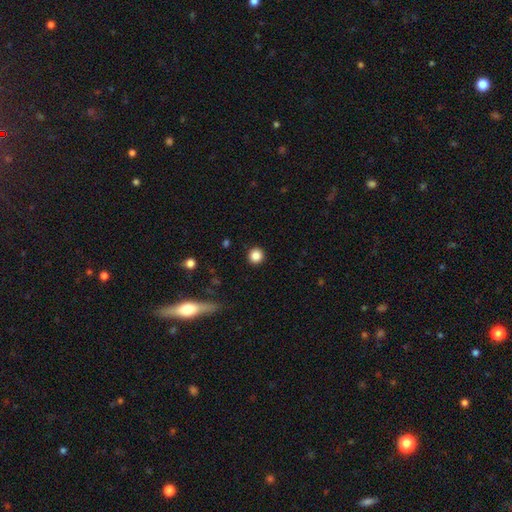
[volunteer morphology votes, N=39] smooth_or_featured: smooth (p=0.92) [alt: star or artifact p=0.05]
how_rounded: round (p=1.00)
merging: none (p=0.95) [alt: minor disturbance p=0.03]